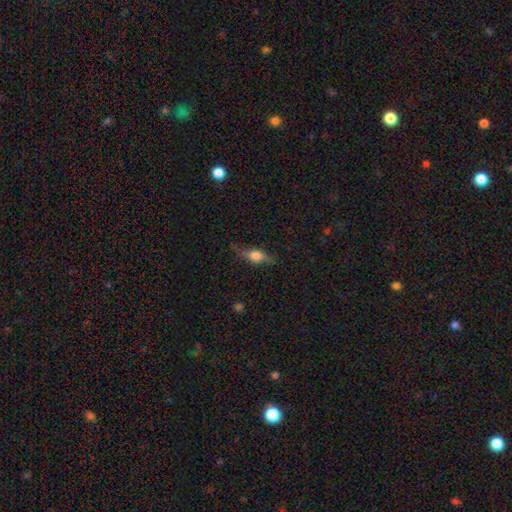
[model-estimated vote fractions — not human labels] The model was most divided on "smooth or featured": smooth: 55%, featured or disk: 36%, star or artifact: 9%. More confident: merging — none (72%); how rounded — in between (61%).